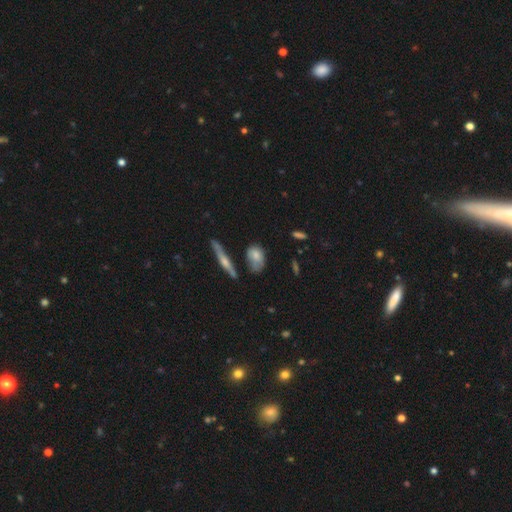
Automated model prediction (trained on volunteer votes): Smooth or featured? Predicted: smooth (p=0.67). How rounded? Predicted: in between (p=0.76). Merging? Predicted: none (p=0.45).